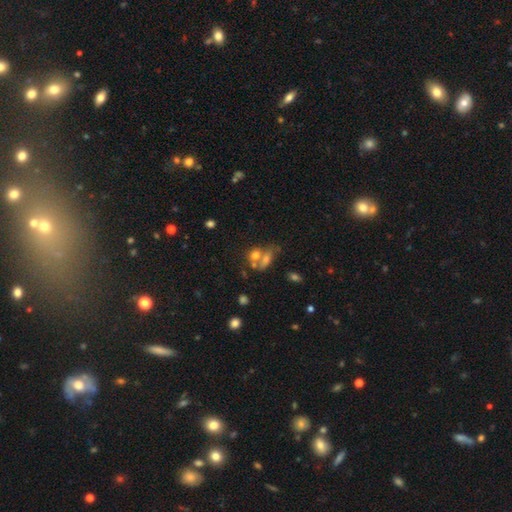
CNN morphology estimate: A smooth galaxy with no disk features (60%) that is round (51%).

Vote fractions:
- Smooth or featured? smooth: 60% / featured or disk: 23% / star or artifact: 17%
- How rounded? round: 51% / in between: 45% / cigar-shaped: 3%
- Merging? merger: 54% / none: 30% / minor disturbance: 9% / major disturbance: 7%